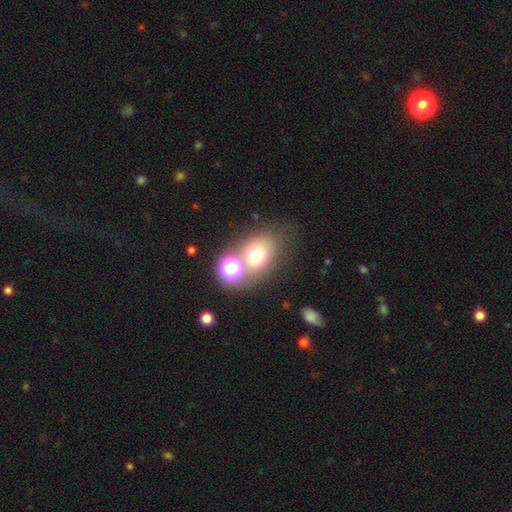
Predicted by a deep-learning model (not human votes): Q: Smooth or featured?
A: smooth (66%); runner-up: star or artifact (18%)
Q: How rounded?
A: round (50%); runner-up: in between (49%)
Q: Merging?
A: none (55%); runner-up: merger (25%)